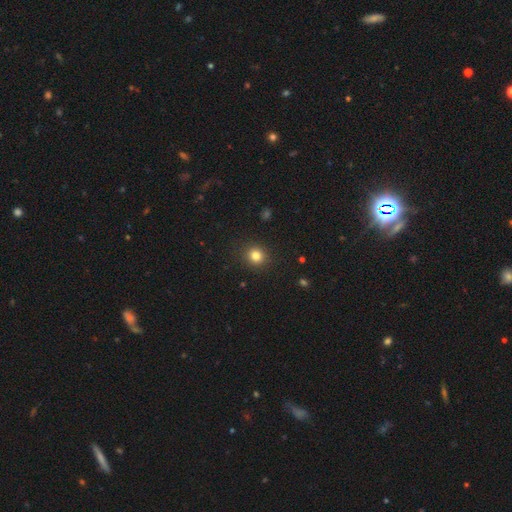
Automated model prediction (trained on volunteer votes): A smooth galaxy with no disk features (82%) that is round (88%). Merging: none (91%).